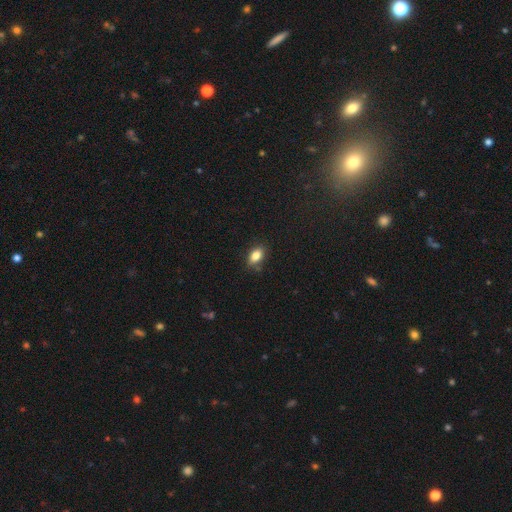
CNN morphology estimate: Smooth or featured? Predicted: smooth (p=0.84). How rounded? Predicted: in between (p=0.87). Merging? Predicted: none (p=0.80).